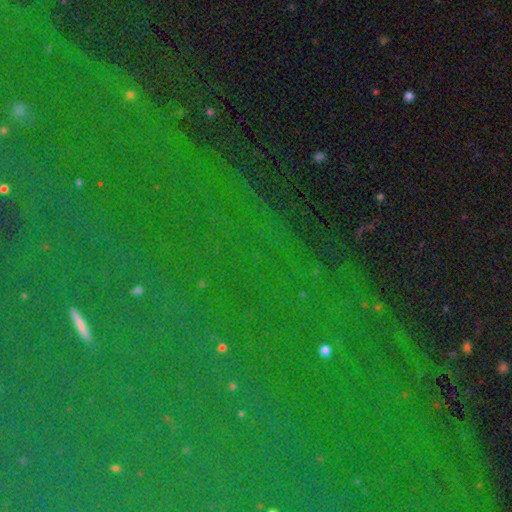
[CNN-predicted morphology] smooth_or_featured: star or artifact (p=0.85) [alt: smooth p=0.08]